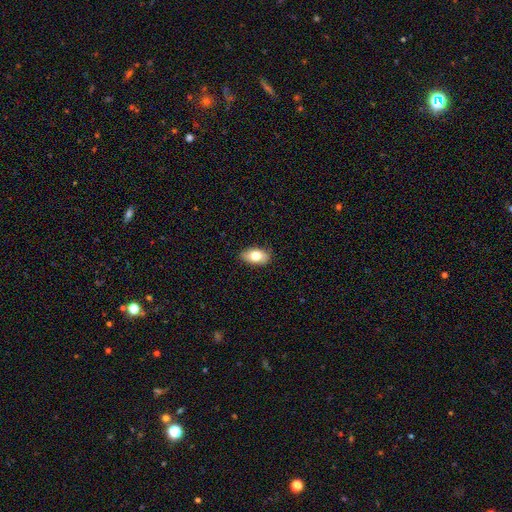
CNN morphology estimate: This is likely a smooth galaxy (78%). How rounded: clearly in between (92%). Merging: clearly none (84%).